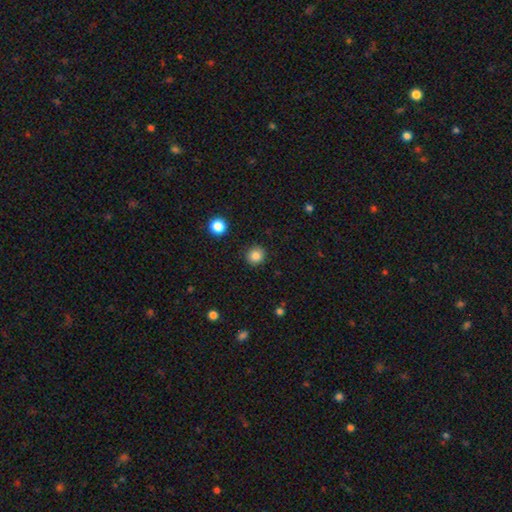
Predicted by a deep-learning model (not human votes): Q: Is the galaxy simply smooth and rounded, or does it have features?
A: smooth — 85%.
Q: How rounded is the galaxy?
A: round — 90%.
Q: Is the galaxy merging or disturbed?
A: none — 90%.